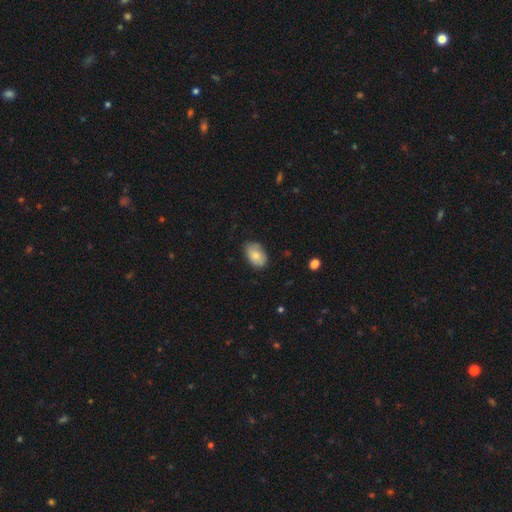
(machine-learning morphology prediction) Overall: smooth (79%). How rounded: in between (88%). Merging: none (74%).